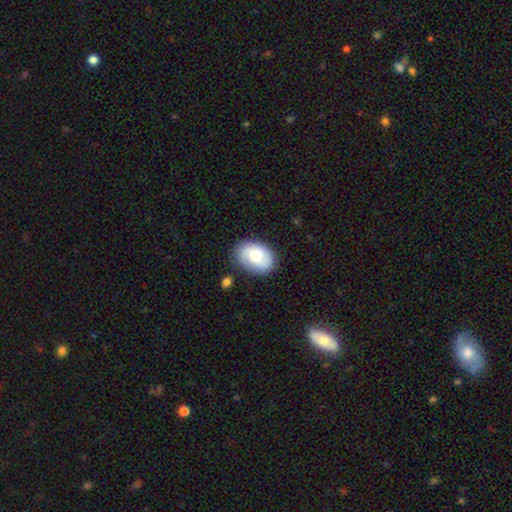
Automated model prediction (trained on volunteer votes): Morphology: type=featured or disk (55%); edge-on=no (97%); bar=no (61%); spiral arms=yes (88%); bulge=moderate (51%); merging=none (75%).